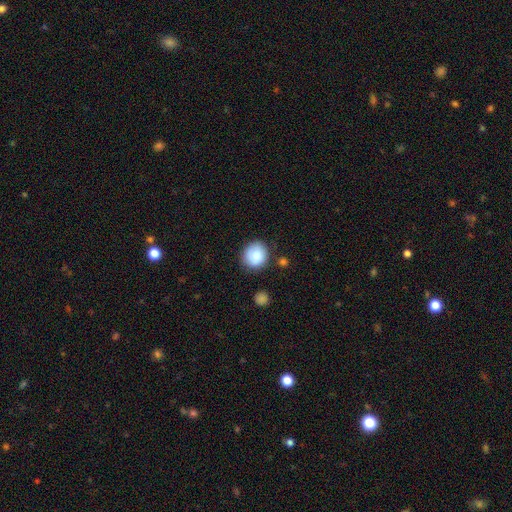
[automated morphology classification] Smooth or featured: smooth — 87% (star or artifact — 8%)
How rounded: round — 83% (in between — 16%)
Merging: none — 81% (minor disturbance — 12%)